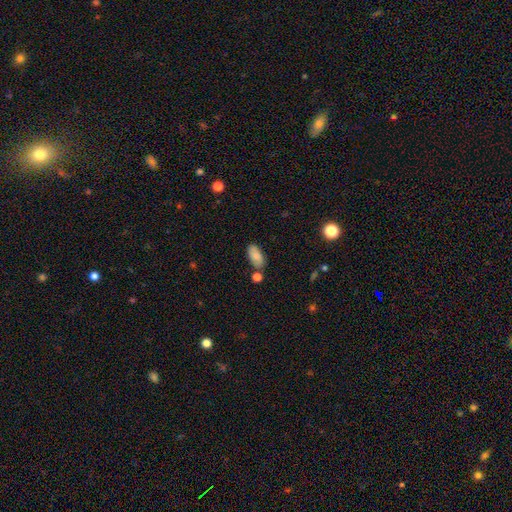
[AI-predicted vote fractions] A smooth galaxy with no disk features (80%) that is in between round and cigar-shaped (91%). Merging: none (74%).